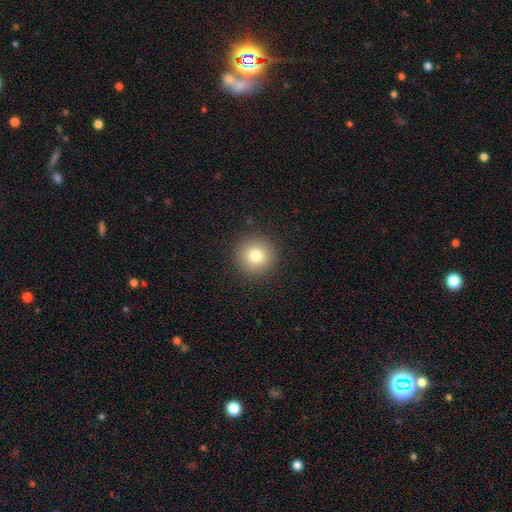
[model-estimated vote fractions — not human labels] This is likely a smooth galaxy (80%). How rounded: clearly round (95%). Merging: clearly none (91%).